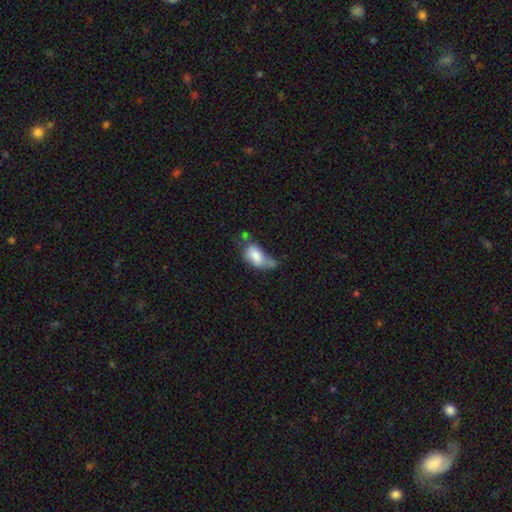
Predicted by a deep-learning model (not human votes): A smooth galaxy with no disk features (73%) that is in between round and cigar-shaped (89%). Merging: major disturbance (29%).